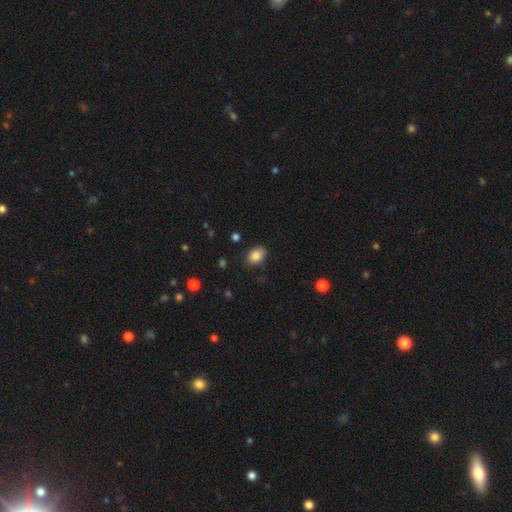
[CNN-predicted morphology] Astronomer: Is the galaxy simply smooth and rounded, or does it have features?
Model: smooth — 85%.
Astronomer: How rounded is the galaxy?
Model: in between — 74%.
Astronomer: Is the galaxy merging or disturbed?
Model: none — 84%.